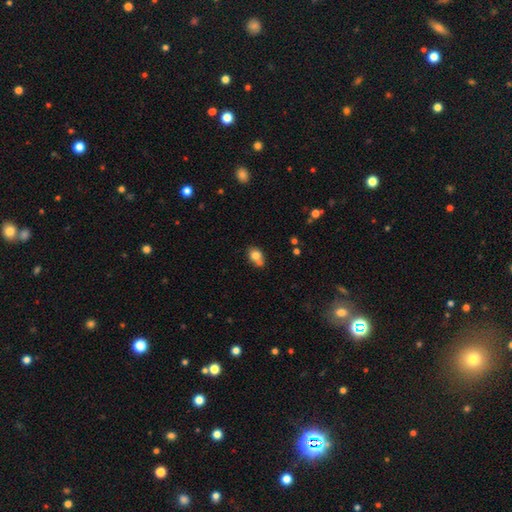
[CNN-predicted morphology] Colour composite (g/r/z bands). It shows a smooth galaxy with no disk features (76%) that is in between round and cigar-shaped (49%, tied with round). Merging: none (44%).